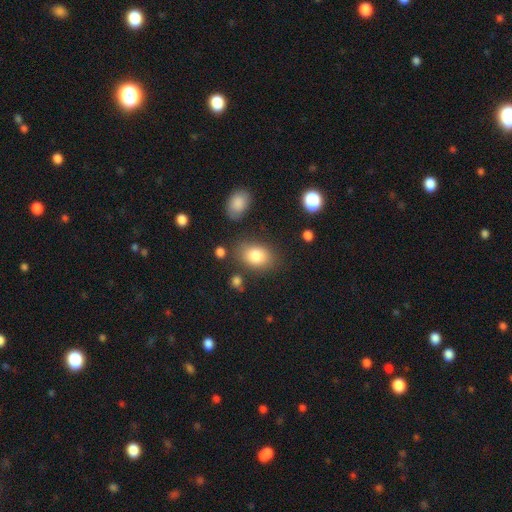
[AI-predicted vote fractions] The model was most divided on "how rounded": in between: 79%, round: 20%, cigar-shaped: 1%. More confident: smooth or featured — smooth (82%); merging — none (75%).